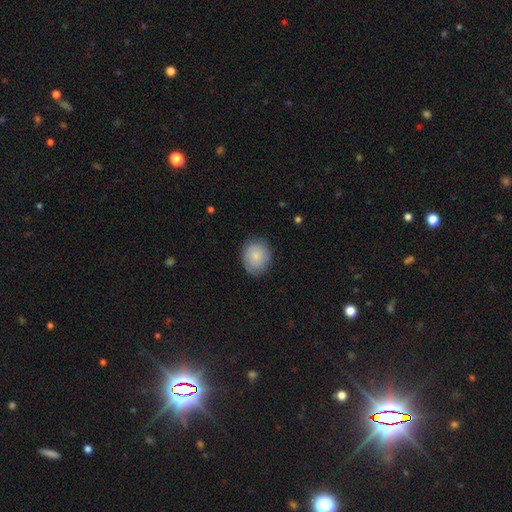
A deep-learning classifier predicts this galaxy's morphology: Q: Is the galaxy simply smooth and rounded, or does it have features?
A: smooth — 75%.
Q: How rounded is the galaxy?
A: round — 65%.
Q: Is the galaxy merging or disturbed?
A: none — 78%.